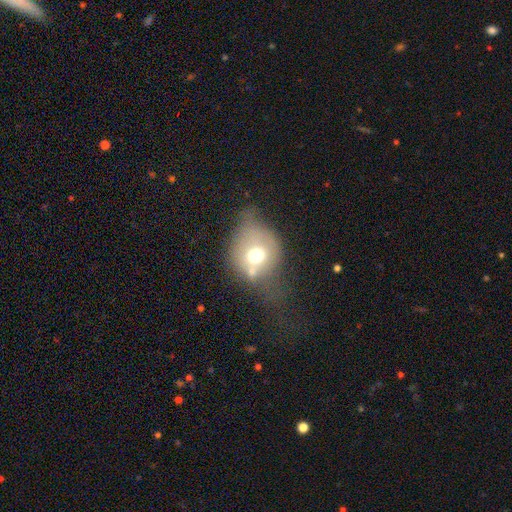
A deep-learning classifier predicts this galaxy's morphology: Q: Smooth or featured?
A: smooth (61%); runner-up: featured or disk (27%)
Q: How rounded?
A: round (67%); runner-up: in between (32%)
Q: Merging?
A: none (35%); runner-up: minor disturbance (29%)